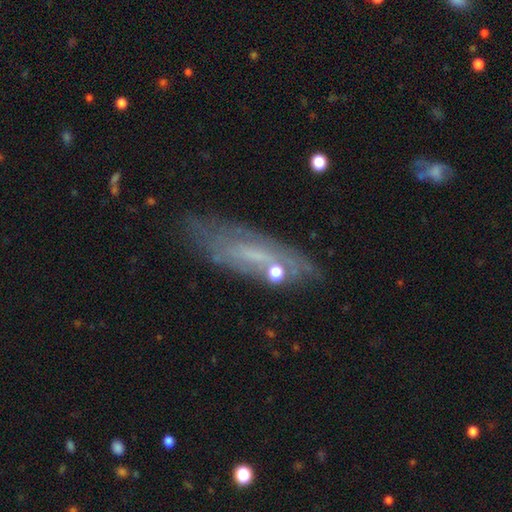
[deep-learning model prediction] Morphology: type=featured or disk (57%); edge-on=no (66%); merging=none (60%).